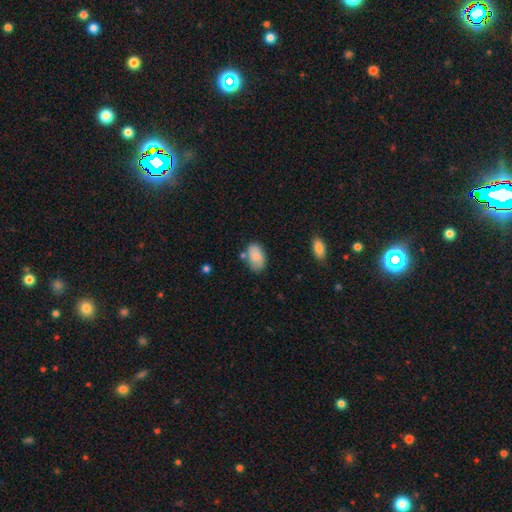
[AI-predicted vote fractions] Smooth or featured?
  - smooth: 84% *
  - featured or disk: 9%
  - star or artifact: 7%
How rounded?
  - in between: 93% *
  - round: 6%
  - cigar-shaped: 1%
Merging?
  - none: 63% *
  - minor disturbance: 23%
  - merger: 8%
  - major disturbance: 5%